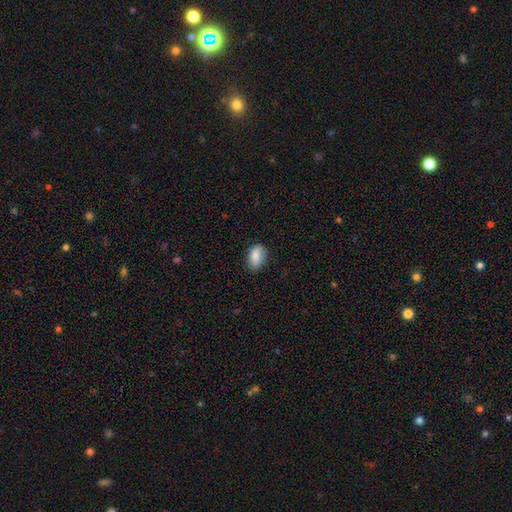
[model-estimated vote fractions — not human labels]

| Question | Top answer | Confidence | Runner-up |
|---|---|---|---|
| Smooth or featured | smooth | 80% | featured or disk (13%) |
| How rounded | in between | 87% | round (9%) |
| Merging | none | 76% | minor disturbance (20%) |